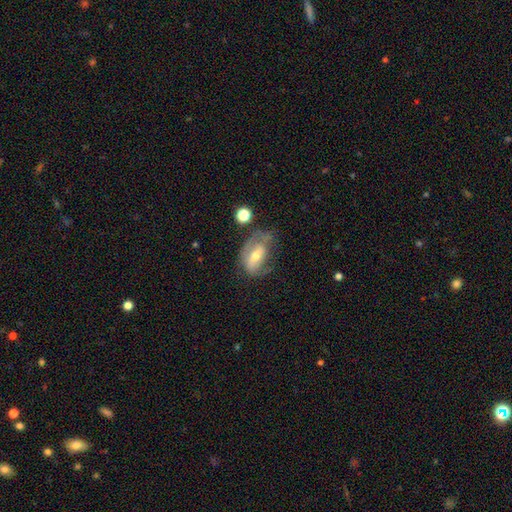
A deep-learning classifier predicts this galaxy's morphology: Q: Smooth or featured?
A: featured or disk (58%); runner-up: smooth (34%)
Q: Edge-on disk?
A: no (92%); runner-up: yes (8%)
Q: Bar?
A: weak (36%); runner-up: no (33%)
Q: Spiral arms?
A: yes (59%); runner-up: no (41%)
Q: Bulge size?
A: moderate (56%); runner-up: small (37%)
Q: Merging?
A: none (39%); runner-up: minor disturbance (29%)